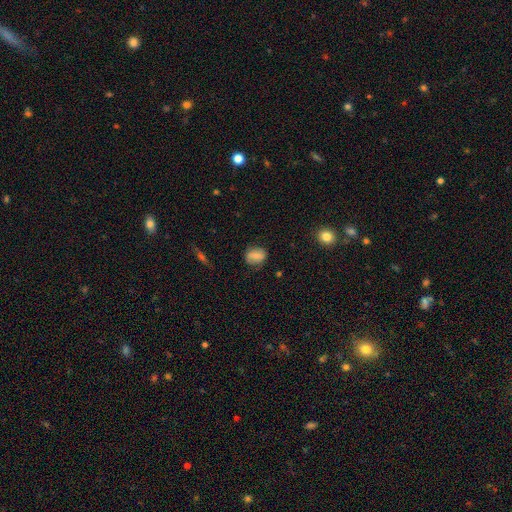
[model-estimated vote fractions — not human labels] Smooth or featured? smooth (76%)
How rounded? in between (55%)
Merging? none (77%)